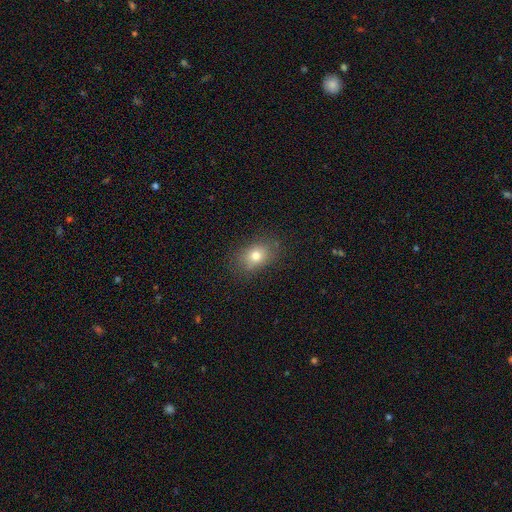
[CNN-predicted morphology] This appears to be a smooth galaxy with no disk features (77%) that is in between round and cigar-shaped (69%). Merging: none (80%).